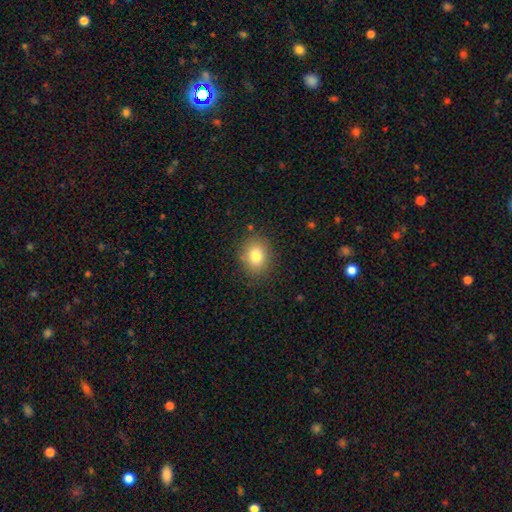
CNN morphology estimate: smooth 80%, star or artifact 11%, featured or disk 9%. Down the decision tree: how rounded — round (55%); merging — none (86%).